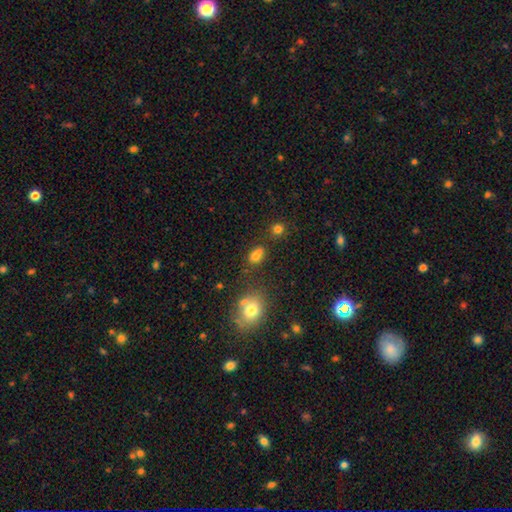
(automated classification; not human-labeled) smooth_or_featured: smooth (p=0.76) [alt: star or artifact p=0.15]
how_rounded: in between (p=0.72) [alt: round p=0.26]
merging: none (p=0.55) [alt: merger p=0.20]